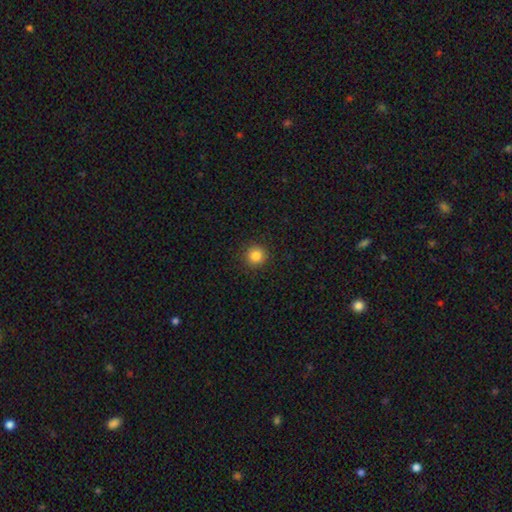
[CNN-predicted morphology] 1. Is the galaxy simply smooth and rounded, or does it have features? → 85% smooth, 11% star or artifact, 4% featured or disk.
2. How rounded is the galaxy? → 95% round, 4% in between, 1% cigar-shaped.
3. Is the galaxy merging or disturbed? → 92% none, 5% minor disturbance, 2% major disturbance, 1% merger.